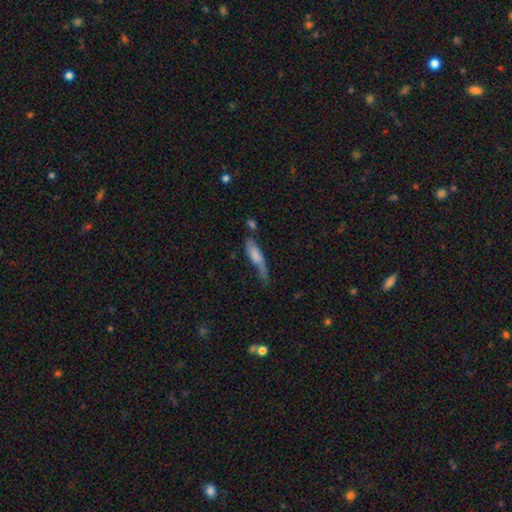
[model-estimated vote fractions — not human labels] A smooth galaxy with no disk features (68%) that is cigar-shaped (68%).

Vote fractions:
- Smooth or featured? smooth: 68% / featured or disk: 25% / star or artifact: 7%
- How rounded? cigar-shaped: 68% / in between: 30% / round: 2%
- Merging? minor disturbance: 35% / none: 34% / major disturbance: 21% / merger: 10%